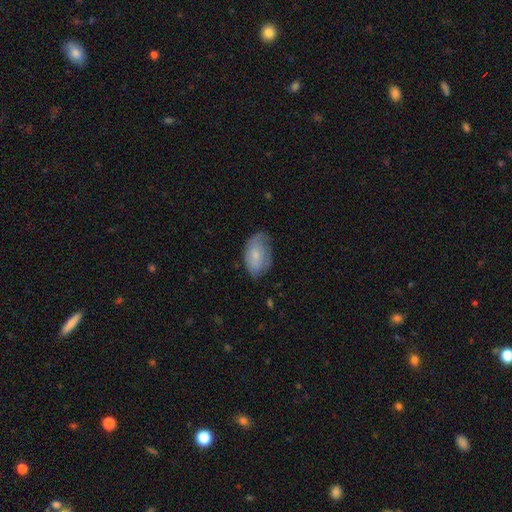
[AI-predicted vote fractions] This appears to be a smooth galaxy with no disk features (66%) that is in between round and cigar-shaped (90%). Merging: none (56%).